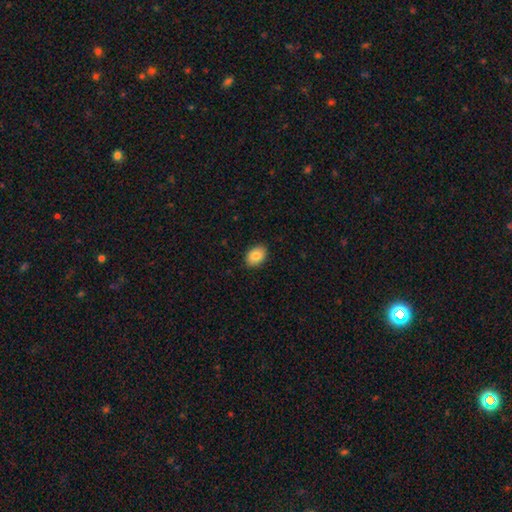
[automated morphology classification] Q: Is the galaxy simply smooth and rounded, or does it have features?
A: smooth — 85%.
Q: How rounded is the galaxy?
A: in between — 80%.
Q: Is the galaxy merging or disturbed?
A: none — 88%.